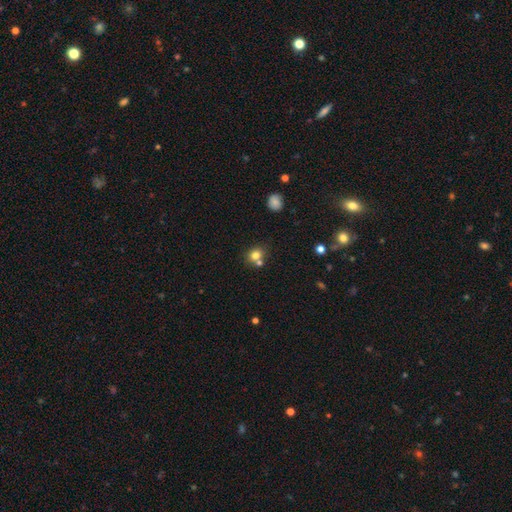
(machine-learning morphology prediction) smooth 77%, star or artifact 13%, featured or disk 10%. Down the decision tree: how rounded — round (71%); merging — none (55%).